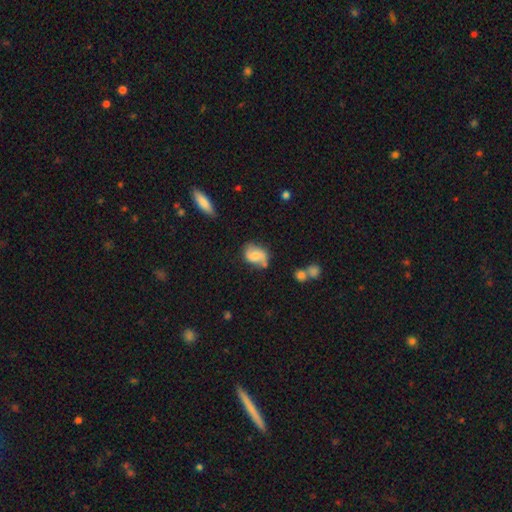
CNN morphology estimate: Q: Smooth or featured?
A: smooth (47%); runner-up: featured or disk (44%)
Q: Merging?
A: none (59%); runner-up: minor disturbance (27%)